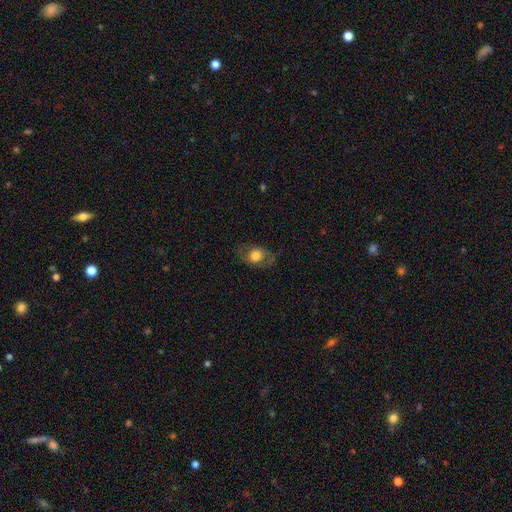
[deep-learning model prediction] Morphology: type=smooth (60%); roundness=in between (66%); merging=none (72%).